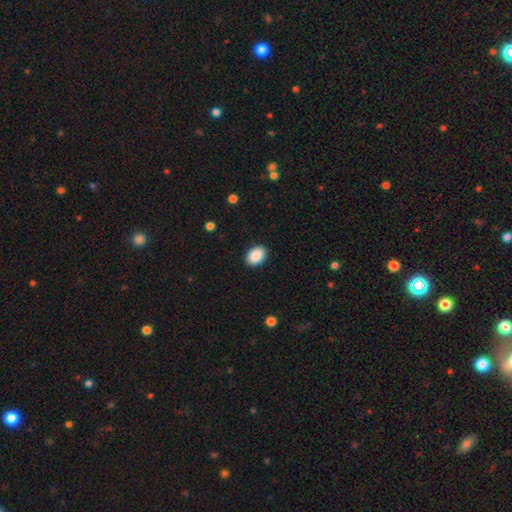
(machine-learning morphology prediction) A smooth galaxy with no disk features (90%) that is in between round and cigar-shaped (77%). Merging: none (90%).